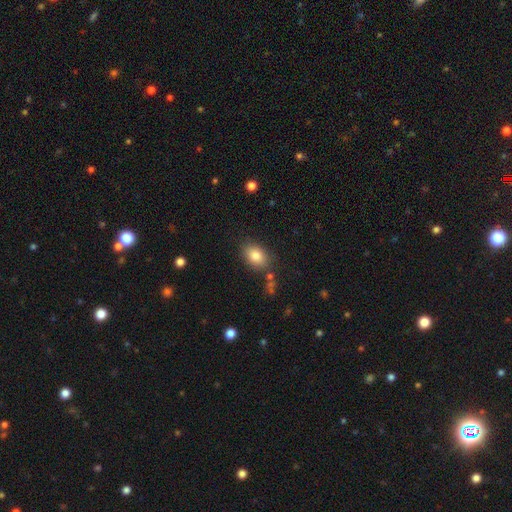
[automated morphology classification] Smooth or featured?
  - smooth: 82% *
  - featured or disk: 9%
  - star or artifact: 9%
How rounded?
  - in between: 83% *
  - round: 16%
  - cigar-shaped: 1%
Merging?
  - none: 80% *
  - minor disturbance: 13%
  - merger: 4%
  - major disturbance: 4%